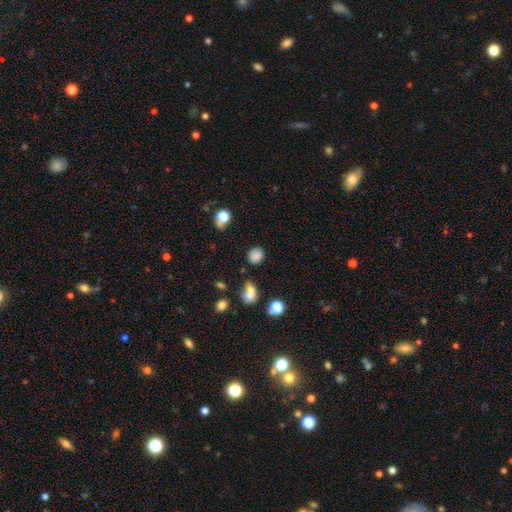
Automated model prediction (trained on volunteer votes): A smooth galaxy with no disk features (80%) that is round (72%).

Vote fractions:
- Smooth or featured? smooth: 80% / star or artifact: 14% / featured or disk: 6%
- How rounded? round: 72% / in between: 27% / cigar-shaped: 1%
- Merging? none: 76% / minor disturbance: 13% / merger: 7% / major disturbance: 4%